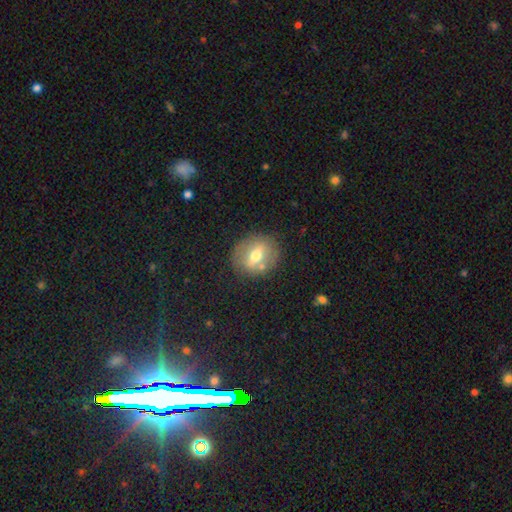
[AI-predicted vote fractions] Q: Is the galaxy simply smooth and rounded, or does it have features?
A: smooth — 48%.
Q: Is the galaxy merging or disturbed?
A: none — 80%.